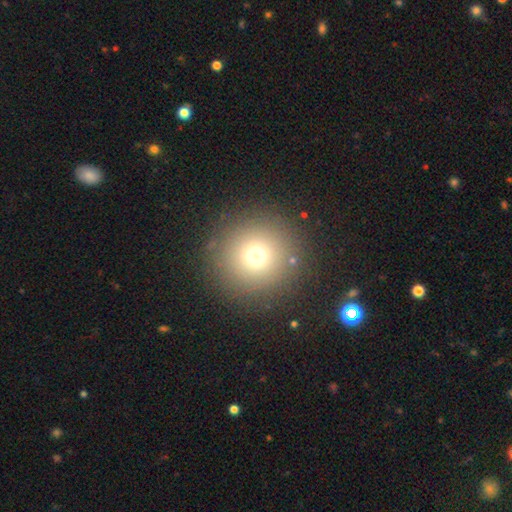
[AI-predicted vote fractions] smooth-or-featured: smooth: 72% | star or artifact: 17% | featured or disk: 11%
  how-rounded: round: 96% | in between: 3% | cigar-shaped: 1%
  merging: none: 88% | minor disturbance: 6% | major disturbance: 3% | merger: 2%